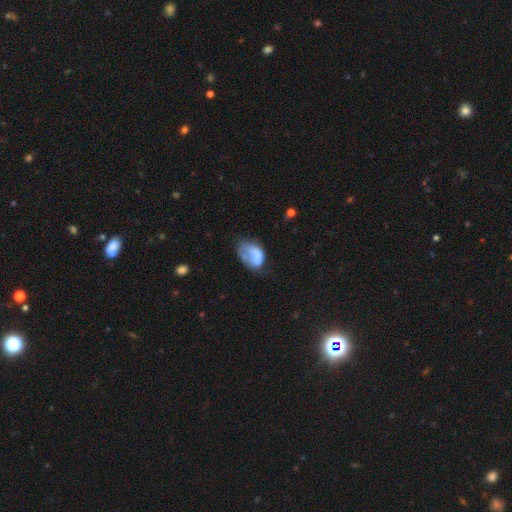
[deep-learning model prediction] A smooth galaxy with no disk features (61%) that is in between round and cigar-shaped (84%).

Vote fractions:
- Smooth or featured? smooth: 61% / featured or disk: 31% / star or artifact: 9%
- How rounded? in between: 84% / round: 15% / cigar-shaped: 1%
- Merging? major disturbance: 34% / minor disturbance: 29% / none: 28% / merger: 9%